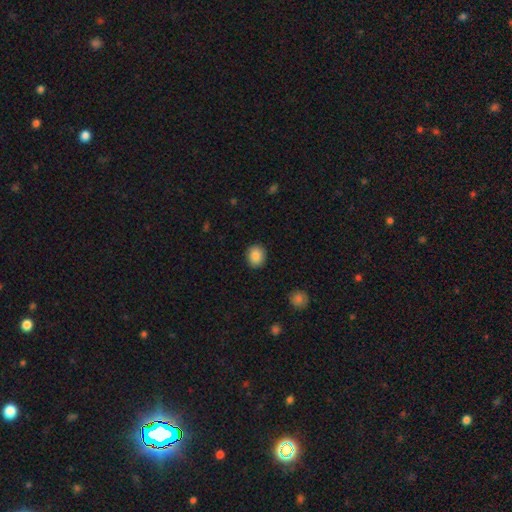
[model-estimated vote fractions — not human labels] This is clearly a smooth galaxy (87%). How rounded: likely round (70%). Merging: clearly none (90%).